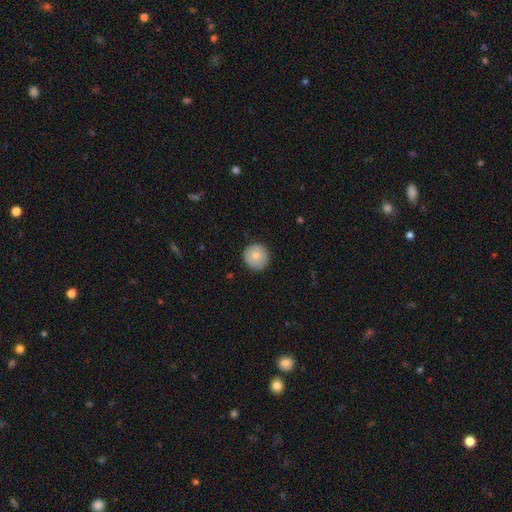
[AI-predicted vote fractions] Q: Smooth or featured?
A: smooth (80%); runner-up: featured or disk (12%)
Q: How rounded?
A: round (95%); runner-up: in between (4%)
Q: Merging?
A: none (90%); runner-up: minor disturbance (7%)